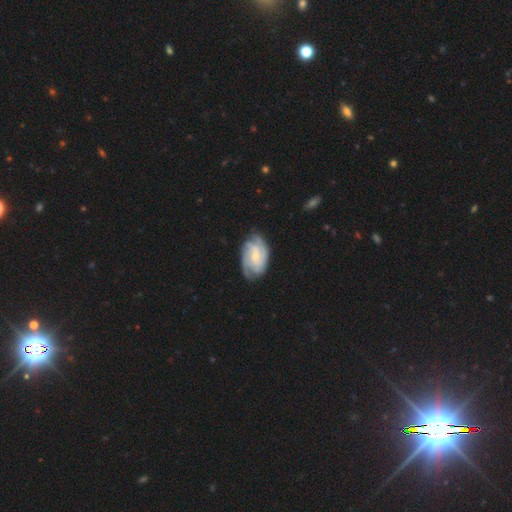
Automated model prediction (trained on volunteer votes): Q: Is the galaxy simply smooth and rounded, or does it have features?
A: featured or disk — 84%.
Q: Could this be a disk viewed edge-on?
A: no — 97%.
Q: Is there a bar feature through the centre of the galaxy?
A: no — 51%.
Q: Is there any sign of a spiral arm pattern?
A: yes — 97%.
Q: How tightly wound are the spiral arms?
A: tight — 61%.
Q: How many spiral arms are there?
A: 2 — 33%.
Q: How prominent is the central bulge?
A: small — 60%.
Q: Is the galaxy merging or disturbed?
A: none — 74%.